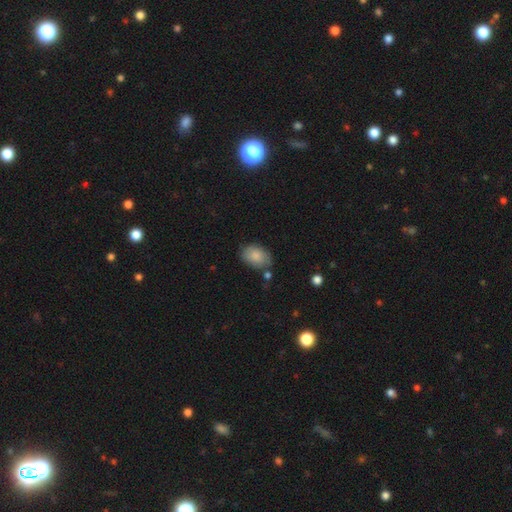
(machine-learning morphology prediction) Overall: smooth (82%). How rounded: in between (84%). Merging: none (67%).